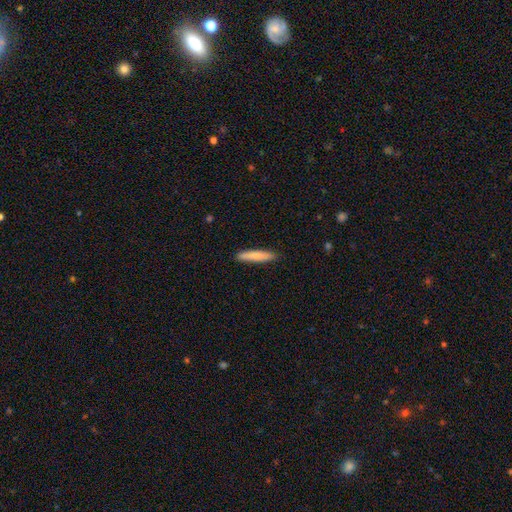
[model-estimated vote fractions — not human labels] Morphology: type=smooth (81%); roundness=cigar-shaped (91%); merging=none (88%).